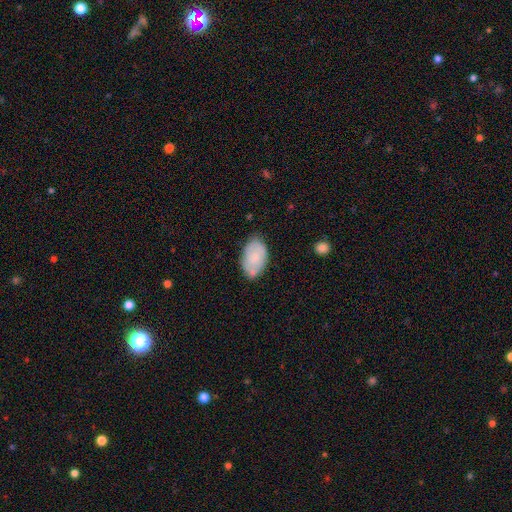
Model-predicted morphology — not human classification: type=smooth (64%); roundness=in between (93%); merging=none (68%).